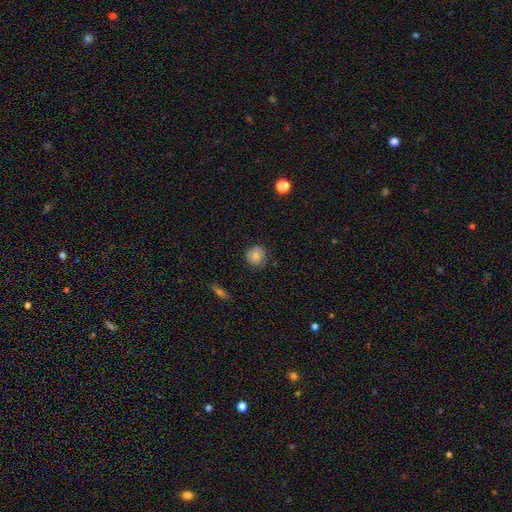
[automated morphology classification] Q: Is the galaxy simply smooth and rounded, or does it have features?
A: smooth — 78%.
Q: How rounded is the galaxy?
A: round — 89%.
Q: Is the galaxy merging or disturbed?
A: none — 80%.